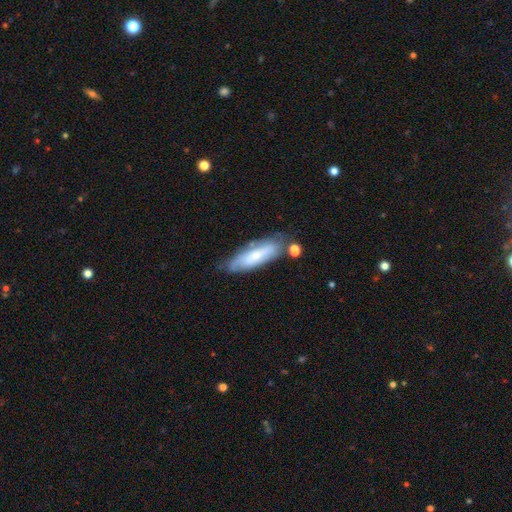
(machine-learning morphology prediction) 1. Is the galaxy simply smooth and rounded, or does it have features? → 55% smooth, 39% featured or disk, 7% star or artifact.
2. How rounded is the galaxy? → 53% cigar-shaped, 45% in between, 2% round.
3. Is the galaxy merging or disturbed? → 65% none, 22% minor disturbance, 8% merger, 6% major disturbance.